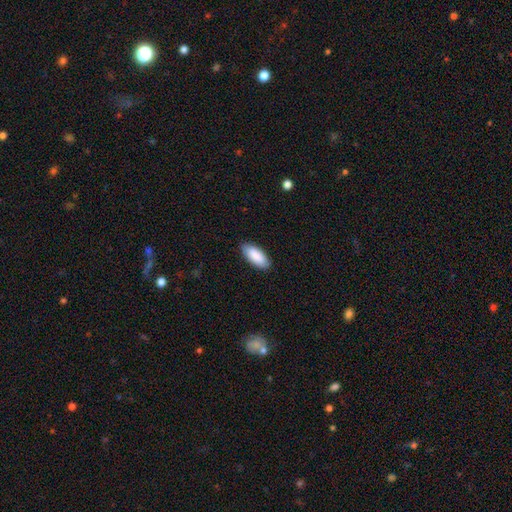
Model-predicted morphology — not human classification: Overall: smooth (89%). How rounded: in between (86%). Merging: none (86%).